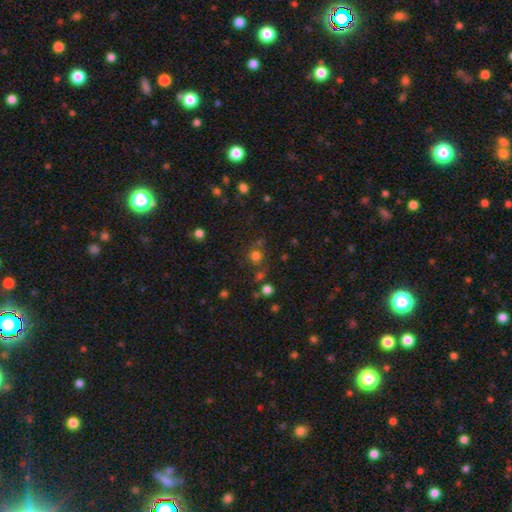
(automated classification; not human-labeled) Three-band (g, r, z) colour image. It shows a smooth galaxy with no disk features (71%) that is round (87%). Merging: none (71%).